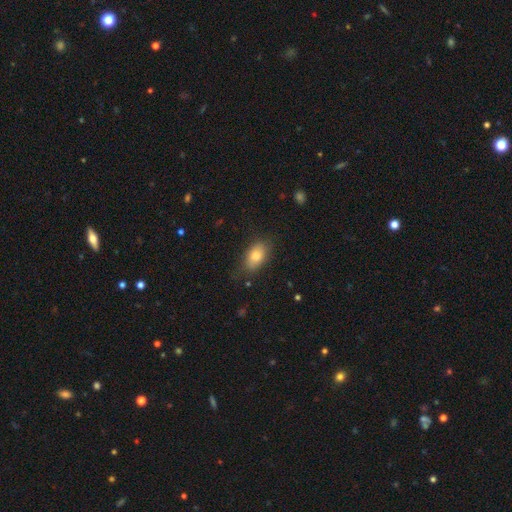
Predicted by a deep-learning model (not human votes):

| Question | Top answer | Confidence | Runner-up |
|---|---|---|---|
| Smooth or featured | smooth | 80% | featured or disk (12%) |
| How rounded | in between | 88% | round (8%) |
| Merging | none | 76% | minor disturbance (18%) |